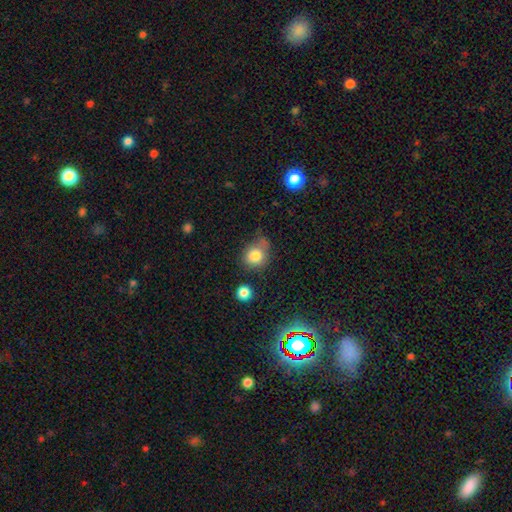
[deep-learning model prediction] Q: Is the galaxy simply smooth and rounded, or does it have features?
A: smooth — 80%.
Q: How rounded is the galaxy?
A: round — 70%.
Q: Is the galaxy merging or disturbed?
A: none — 49%.